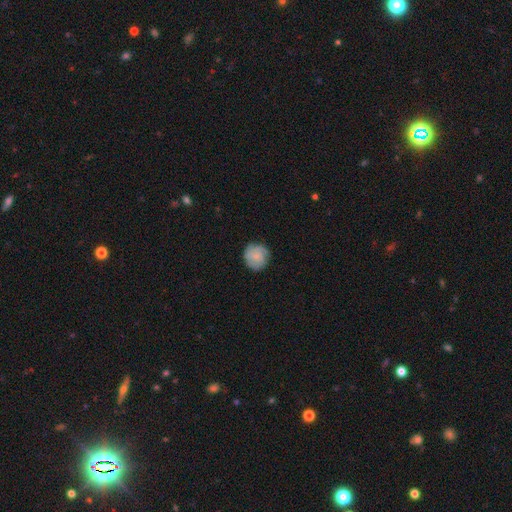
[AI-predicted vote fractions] Smooth or featured? smooth (62%)
How rounded? round (89%)
Merging? none (79%)